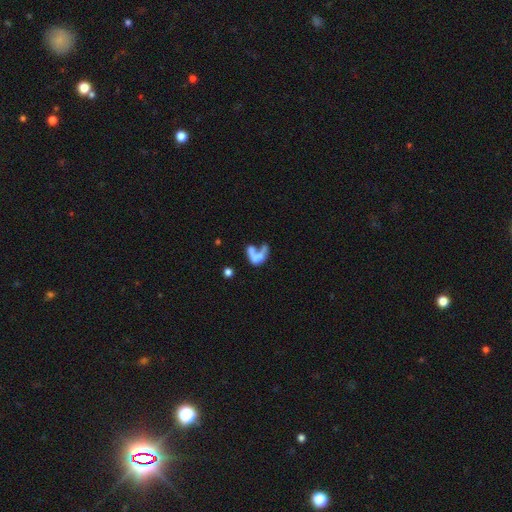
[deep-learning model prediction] This is marginally a featured or disk galaxy (45%). Merging: marginally merger (39%).